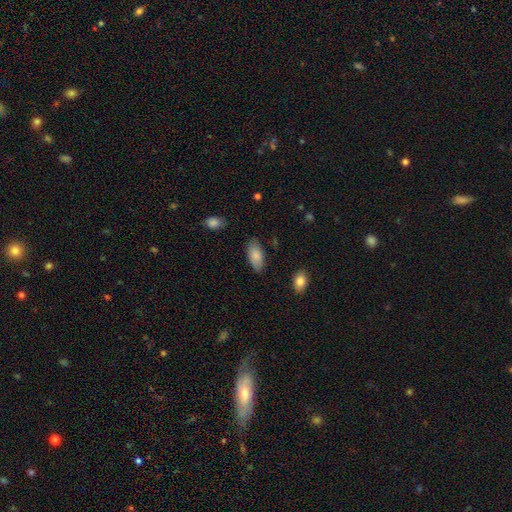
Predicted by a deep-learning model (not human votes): smooth 85%, featured or disk 8%, star or artifact 6%. Down the decision tree: how rounded — in between (91%); merging — none (80%).